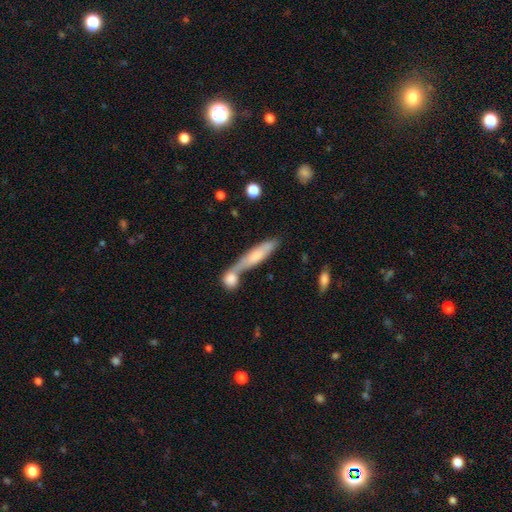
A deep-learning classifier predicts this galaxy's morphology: The model was most divided on "merging" (2-way tie): none: 41%, merger: 41%, minor disturbance: 13%, major disturbance: 5%. More confident: how rounded — cigar-shaped (79%); smooth or featured — smooth (57%).